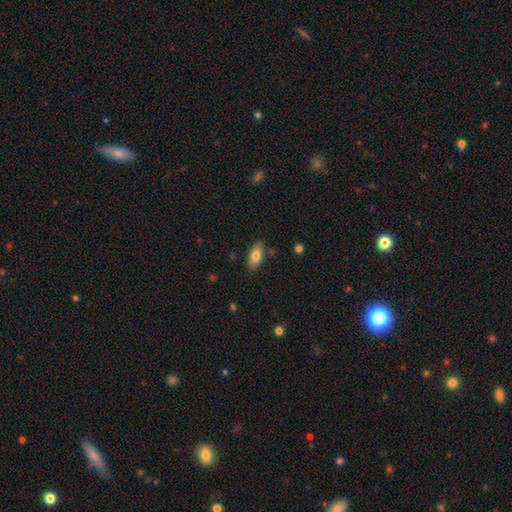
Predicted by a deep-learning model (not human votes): This appears to be a smooth galaxy with no disk features (78%) that is in between round and cigar-shaped (89%). Merging: none (82%).